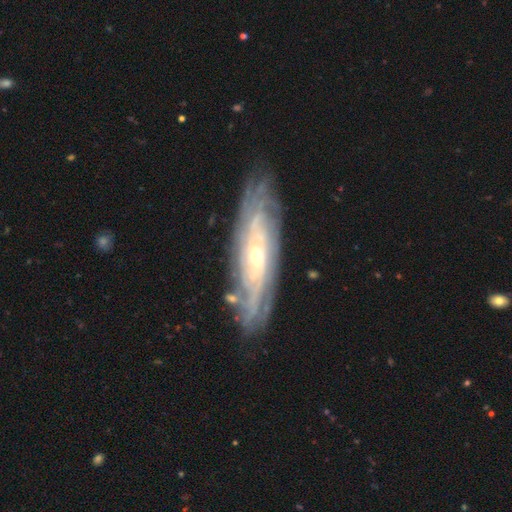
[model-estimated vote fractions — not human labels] This is clearly a featured or disk galaxy (85%). It is likely not viewed edge-on (78%). Bar: likely no (68%). Spiral arm pattern: clearly yes (92%). Spiral arm count: possibly can't tell (51%). Spiral winding: likely tight (74%). Central bulge: possibly small (53%). Merging: clearly none (81%).